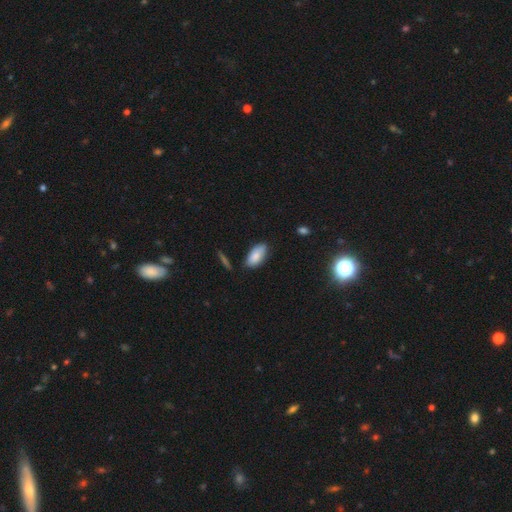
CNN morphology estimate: Smooth or featured?
  - smooth: 84% *
  - featured or disk: 9%
  - star or artifact: 7%
How rounded?
  - in between: 90% *
  - cigar-shaped: 7%
  - round: 2%
Merging?
  - none: 72% *
  - minor disturbance: 21%
  - major disturbance: 4%
  - merger: 3%